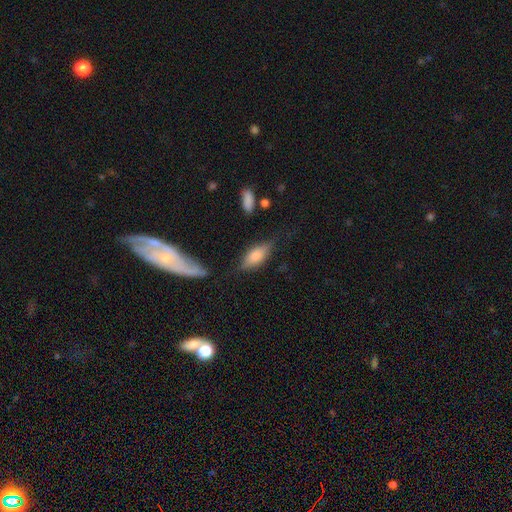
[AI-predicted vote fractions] Smooth or featured? Predicted: smooth (p=0.71). How rounded? Predicted: in between (p=0.76). Merging? Predicted: none (p=0.67).